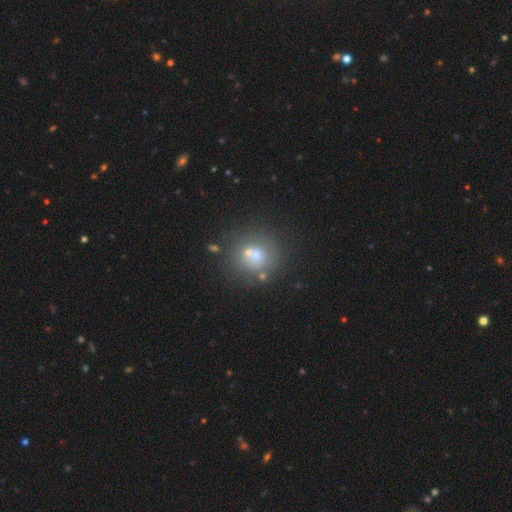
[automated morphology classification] A smooth galaxy with no disk features (58%) that is round (88%).

Vote fractions:
- Smooth or featured? smooth: 58% / featured or disk: 24% / star or artifact: 18%
- How rounded? round: 88% / in between: 11% / cigar-shaped: 1%
- Merging? none: 56% / merger: 31% / minor disturbance: 9% / major disturbance: 4%